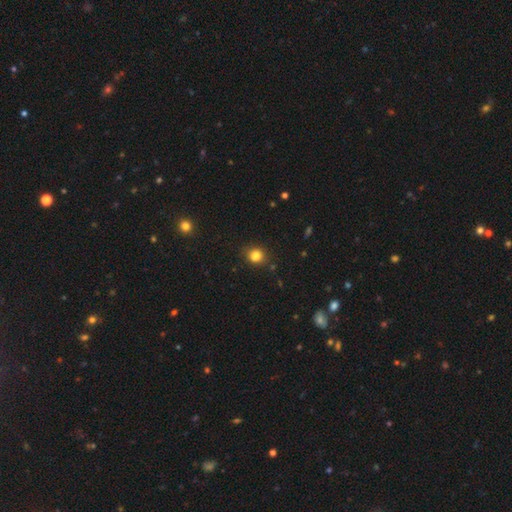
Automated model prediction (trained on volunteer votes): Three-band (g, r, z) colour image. It shows a smooth galaxy with no disk features (83%) that is round (74%). Merging: none (84%).